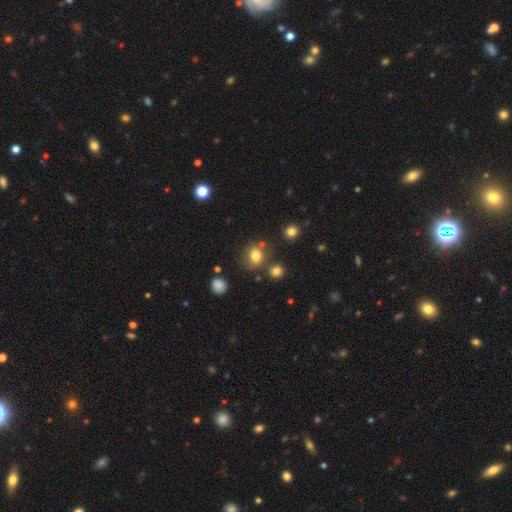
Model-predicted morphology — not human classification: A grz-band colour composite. It shows a smooth galaxy with no disk features (78%) that is round (66%). Merging: none (71%).